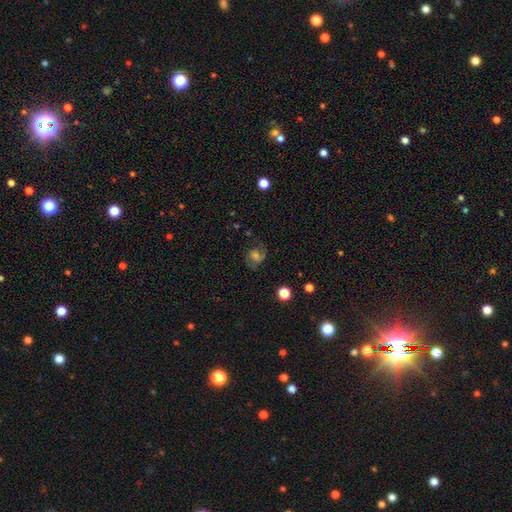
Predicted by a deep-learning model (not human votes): Overall: featured or disk (49%; smooth 35%). Merging: none (69%).